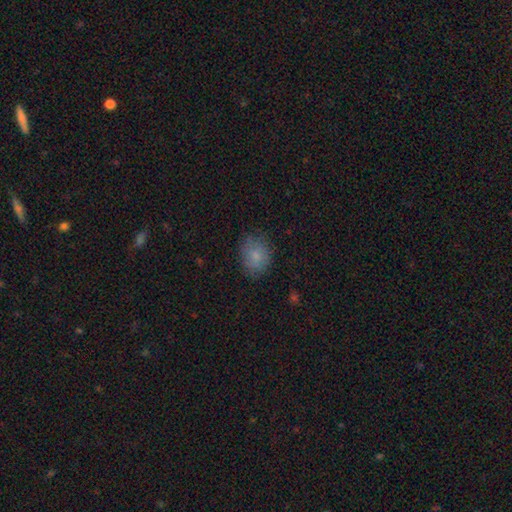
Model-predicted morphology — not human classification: This appears to be a smooth galaxy with no disk features (81%) that is round (57%). Merging: none (78%).